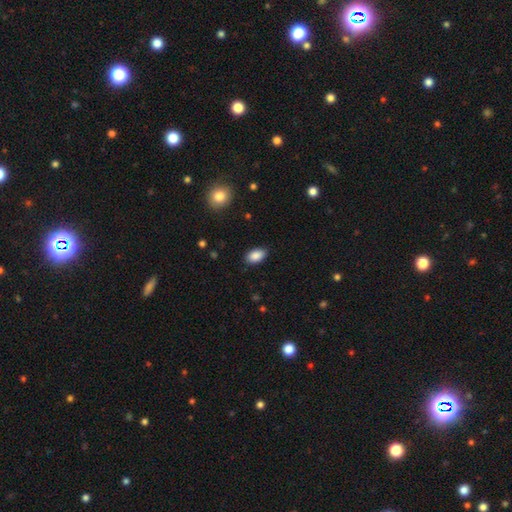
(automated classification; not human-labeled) This is clearly a smooth galaxy (88%). How rounded: clearly in between (92%). Merging: clearly none (84%).